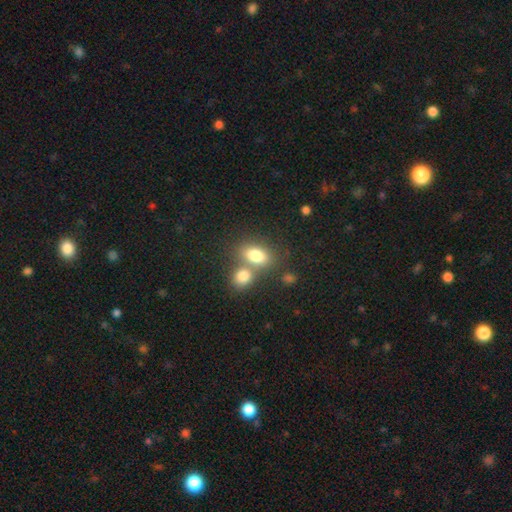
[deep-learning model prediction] A smooth galaxy with no disk features (79%) that is in between round and cigar-shaped (79%). Merging: merger (44%).